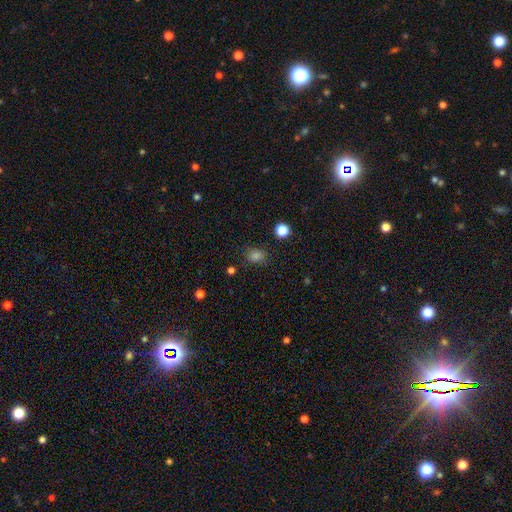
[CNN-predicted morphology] Smooth or featured? Predicted: smooth (p=0.75). How rounded? Predicted: round (p=0.58). Merging? Predicted: none (p=0.84).